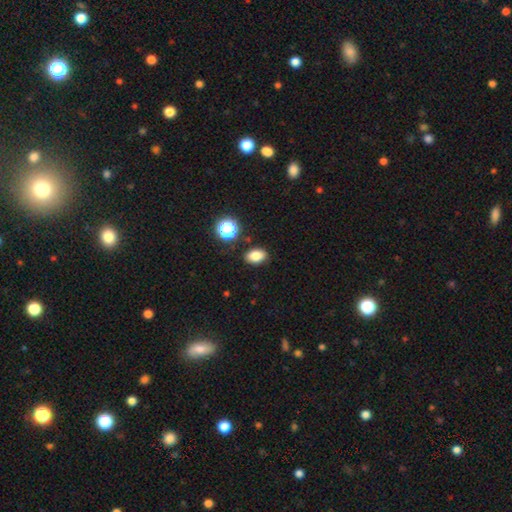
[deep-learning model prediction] Smooth or featured? Predicted: smooth (p=0.82). How rounded? Predicted: in between (p=0.82). Merging? Predicted: none (p=0.85).